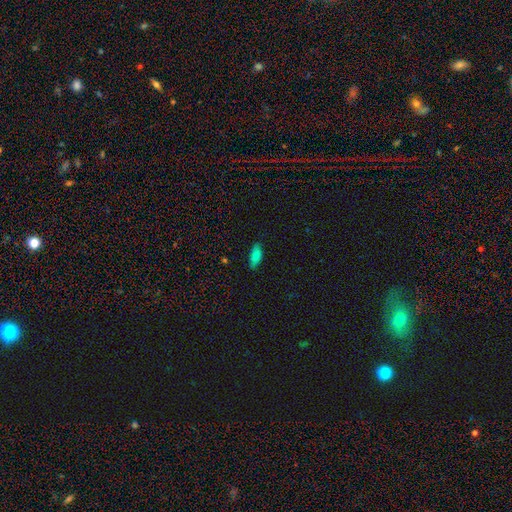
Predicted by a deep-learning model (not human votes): Smooth or featured?
  - smooth: 84% *
  - star or artifact: 9%
  - featured or disk: 7%
How rounded?
  - in between: 80% *
  - cigar-shaped: 18%
  - round: 2%
Merging?
  - none: 84% *
  - minor disturbance: 12%
  - major disturbance: 2%
  - merger: 1%